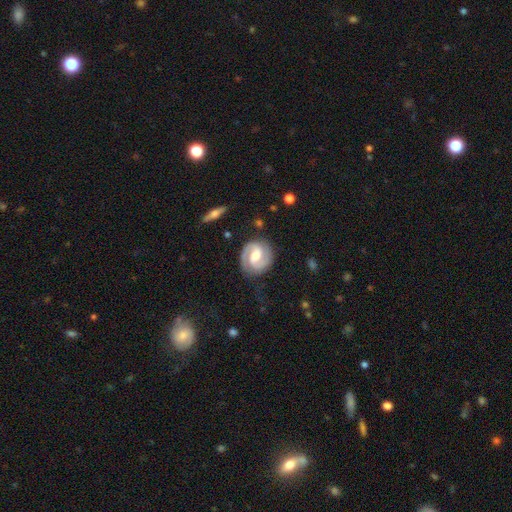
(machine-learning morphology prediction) smooth-or-featured: featured or disk: 87% | smooth: 9% | star or artifact: 4%
  disk-edge-on: no: 98% | yes: 2%
    bar: weak: 49% | strong: 31% | no: 19%
    has-spiral-arms: yes: 97% | no: 3%
      spiral-winding: medium: 47% | tight: 42% | loose: 11%
      spiral-arm-count: 2: 91% | can't tell: 3% | 1: 2% | 3: 1% | 4: 1% | more than 4: 1%
    bulge-size: moderate: 64% | small: 23% | large: 10% | none: 2% | dominant: 1%
  merging: none: 82% | minor disturbance: 13% | major disturbance: 4% | merger: 1%